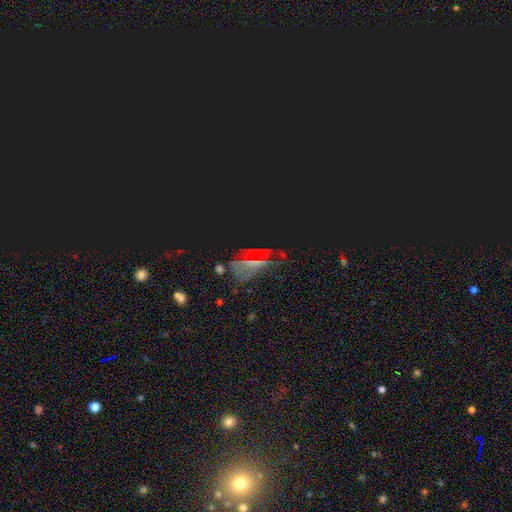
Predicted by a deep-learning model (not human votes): Smooth or featured?
  - star or artifact: 63% *
  - smooth: 19%
  - featured or disk: 18%